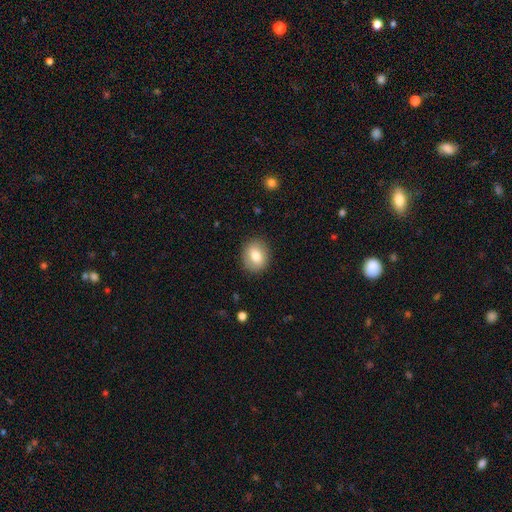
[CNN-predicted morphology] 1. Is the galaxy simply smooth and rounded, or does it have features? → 78% smooth, 14% featured or disk, 8% star or artifact.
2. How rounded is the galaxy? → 61% round, 38% in between, 1% cigar-shaped.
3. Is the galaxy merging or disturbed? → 88% none, 9% minor disturbance, 3% major disturbance, 1% merger.